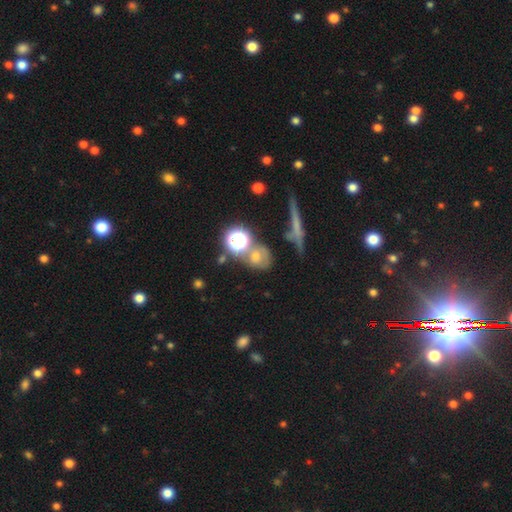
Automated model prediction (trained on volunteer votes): Smooth or featured: smooth — 44% (star or artifact — 35%)
Merging: none — 60% (merger — 19%)